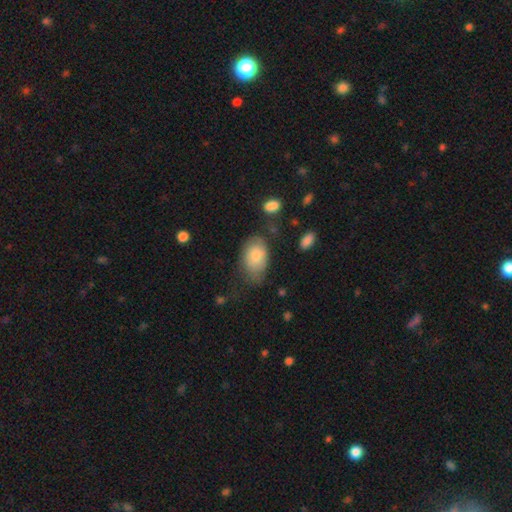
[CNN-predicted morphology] smooth-or-featured: smooth: 75% | featured or disk: 18% | star or artifact: 7%
  how-rounded: in between: 88% | round: 11% | cigar-shaped: 1%
  merging: none: 53% | minor disturbance: 30% | major disturbance: 13% | merger: 3%